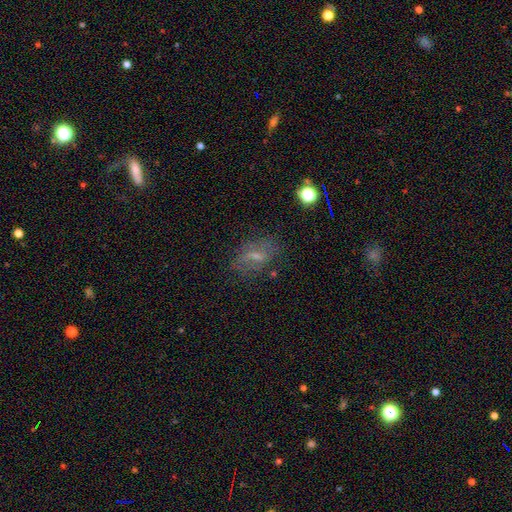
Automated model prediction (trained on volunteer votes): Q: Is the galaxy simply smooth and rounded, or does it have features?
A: smooth — 44%.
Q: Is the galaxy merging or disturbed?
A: none — 67%.